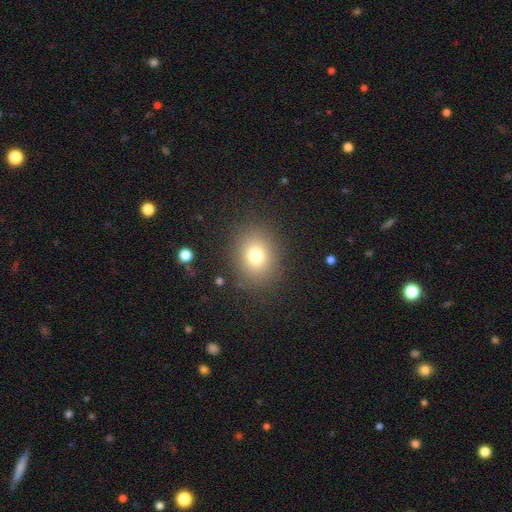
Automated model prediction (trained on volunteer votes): smooth 75%, star or artifact 15%, featured or disk 11%. Down the decision tree: how rounded — round (63%); merging — none (86%).